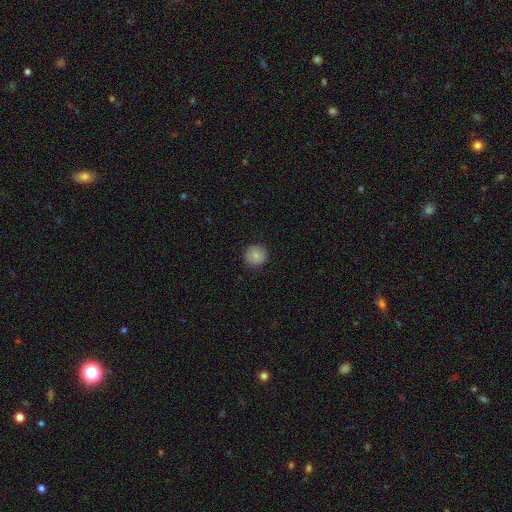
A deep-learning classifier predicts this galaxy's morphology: Smooth or featured? smooth (85%)
How rounded? round (92%)
Merging? none (89%)